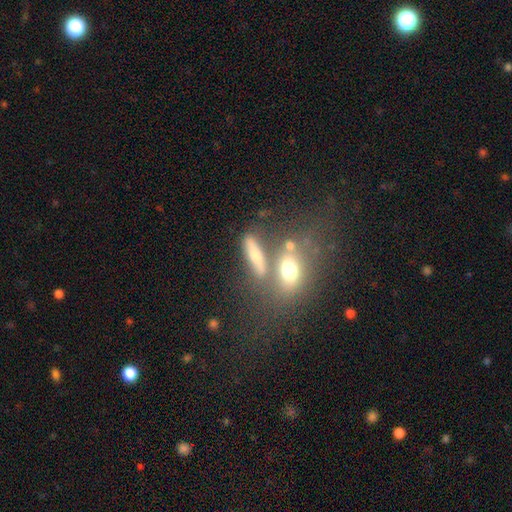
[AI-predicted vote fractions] This appears to be a smooth galaxy with no disk features (58%) that is cigar-shaped (45%). Merging: none (58%).